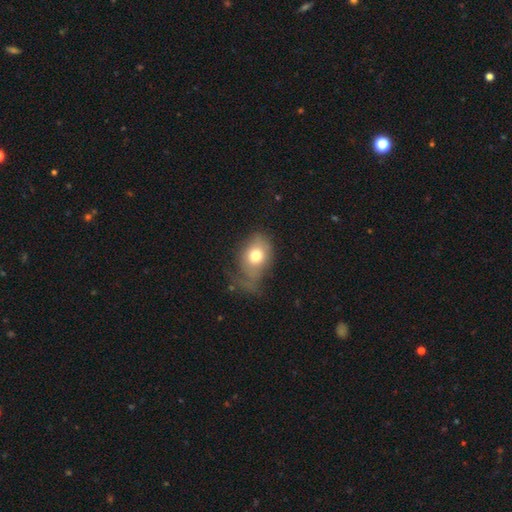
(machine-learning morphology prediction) A smooth galaxy with no disk features (71%) that is in between round and cigar-shaped (65%).

Vote fractions:
- Smooth or featured? smooth: 71% / featured or disk: 19% / star or artifact: 10%
- How rounded? in between: 65% / round: 33% / cigar-shaped: 1%
- Merging? none: 34% / minor disturbance: 32% / major disturbance: 31% / merger: 4%